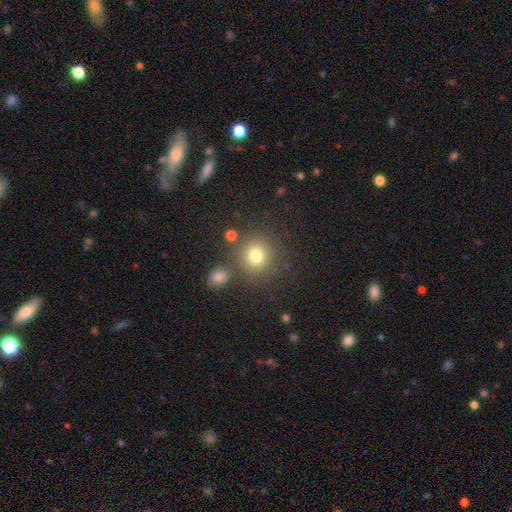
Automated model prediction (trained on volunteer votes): Smooth or featured? smooth (77%)
How rounded? round (90%)
Merging? none (79%)